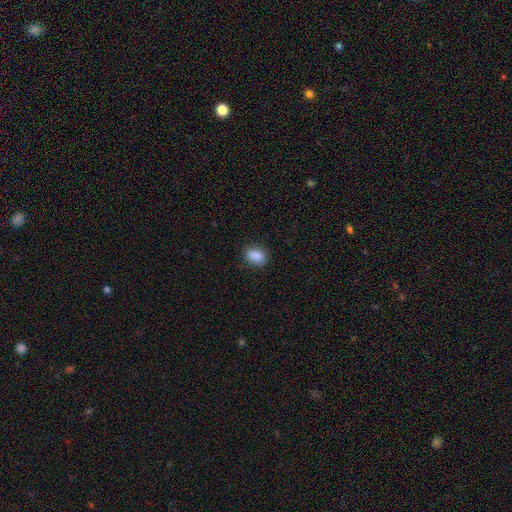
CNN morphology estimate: Smooth or featured? smooth (87%)
How rounded? in between (77%)
Merging? none (82%)